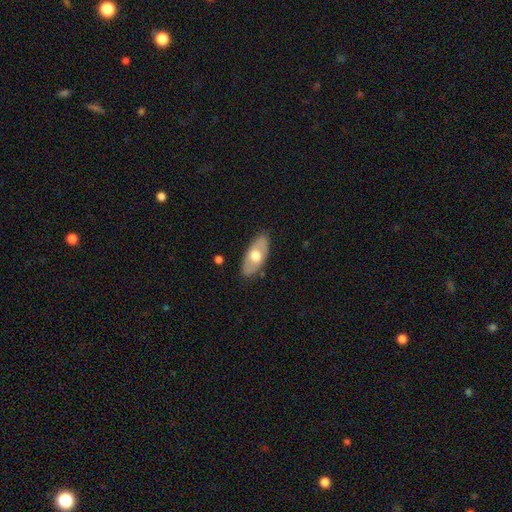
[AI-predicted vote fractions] Smooth or featured: smooth — 54% (featured or disk — 41%)
How rounded: in between — 90% (cigar-shaped — 7%)
Merging: none — 83% (minor disturbance — 13%)